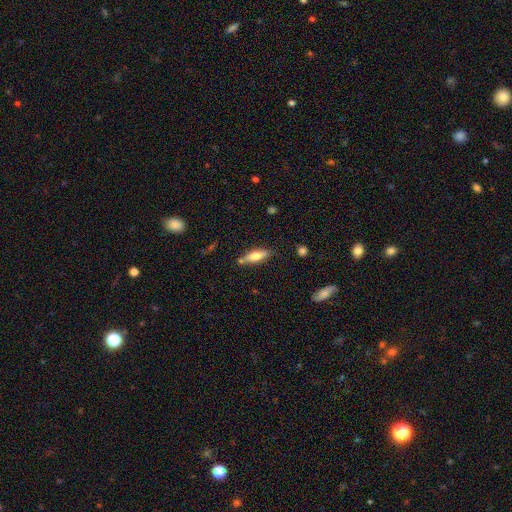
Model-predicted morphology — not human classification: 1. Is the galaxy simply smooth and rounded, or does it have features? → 58% smooth, 36% featured or disk, 6% star or artifact.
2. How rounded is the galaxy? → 53% in between, 45% cigar-shaped, 3% round.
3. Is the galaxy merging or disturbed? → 75% none, 15% minor disturbance, 7% merger, 3% major disturbance.